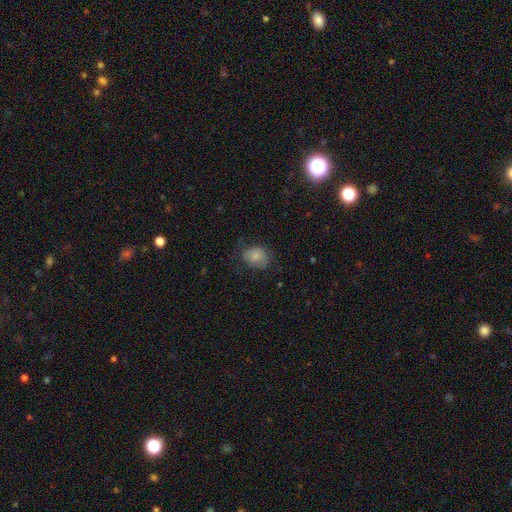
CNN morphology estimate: A smooth galaxy with no disk features (79%) that is in between round and cigar-shaped (56%). Merging: none (60%).